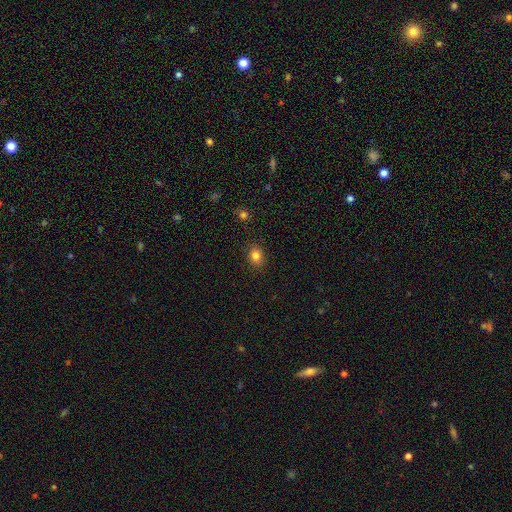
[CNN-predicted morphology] smooth 83%, star or artifact 12%, featured or disk 5%. Down the decision tree: how rounded — round (60%); merging — none (88%).